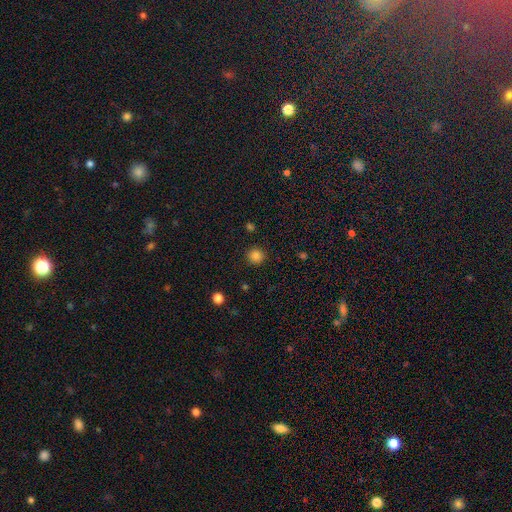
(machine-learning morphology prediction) Smooth or featured? Predicted: smooth (p=0.84). How rounded? Predicted: round (p=0.93). Merging? Predicted: none (p=0.91).